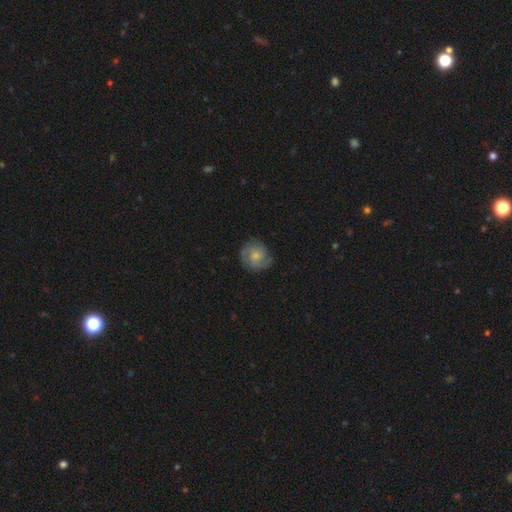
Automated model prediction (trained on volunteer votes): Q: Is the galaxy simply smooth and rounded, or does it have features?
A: featured or disk — 75%.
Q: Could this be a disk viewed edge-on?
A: no — 98%.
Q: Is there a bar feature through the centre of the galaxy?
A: no — 64%.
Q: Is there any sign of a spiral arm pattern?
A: yes — 95%.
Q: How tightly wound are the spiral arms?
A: tight — 46%.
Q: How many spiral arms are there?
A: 2 — 49%.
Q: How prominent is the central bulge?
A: small — 53%.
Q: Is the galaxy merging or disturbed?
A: none — 78%.